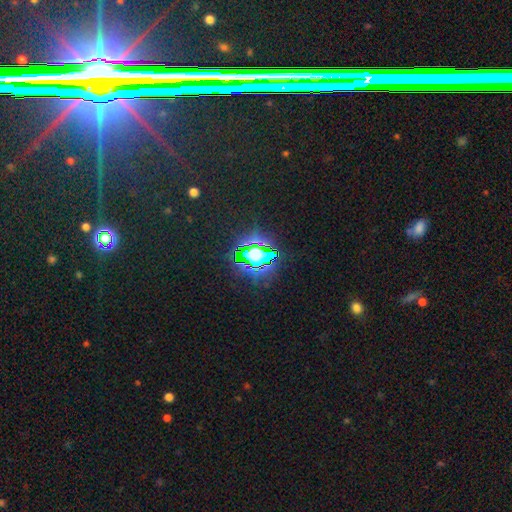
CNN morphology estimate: Q: Smooth or featured?
A: star or artifact (70%); runner-up: smooth (19%)